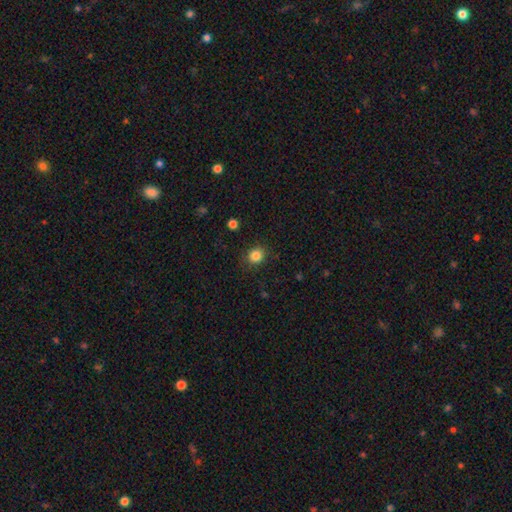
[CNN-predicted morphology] type=smooth (84%); roundness=round (80%); merging=none (87%).